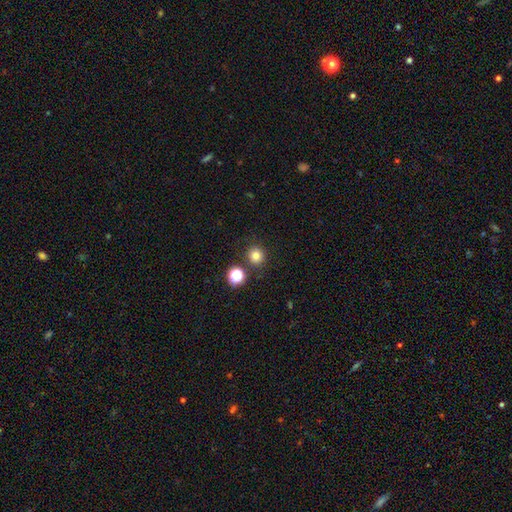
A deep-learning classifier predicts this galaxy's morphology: smooth-or-featured: smooth: 79% | star or artifact: 15% | featured or disk: 6%
  how-rounded: round: 91% | in between: 8% | cigar-shaped: 1%
  merging: none: 85% | minor disturbance: 7% | merger: 6% | major disturbance: 3%